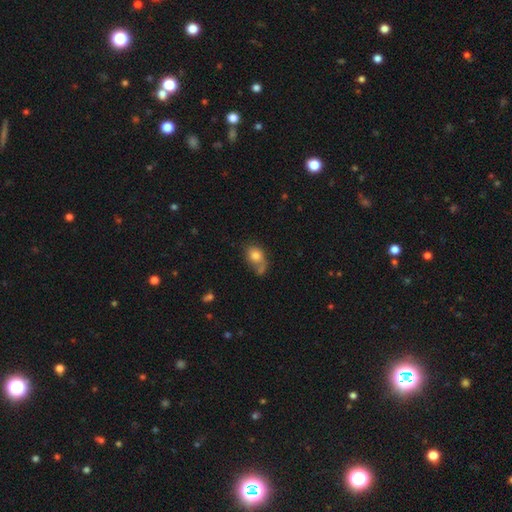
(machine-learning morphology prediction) A smooth galaxy with no disk features (76%) that is in between round and cigar-shaped (58%).

Vote fractions:
- Smooth or featured? smooth: 76% / featured or disk: 15% / star or artifact: 9%
- How rounded? in between: 58% / round: 40% / cigar-shaped: 2%
- Merging? none: 38% / merger: 22% / minor disturbance: 22% / major disturbance: 17%